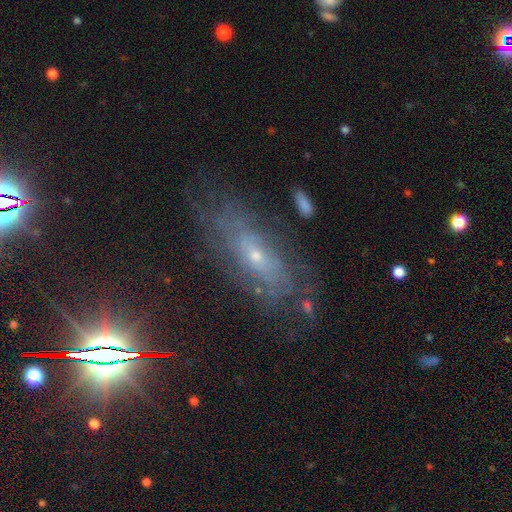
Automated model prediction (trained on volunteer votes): A featured or disk galaxy (64%).

Vote fractions:
- Smooth or featured? featured or disk: 64% / star or artifact: 21% / smooth: 15%
- Edge-on disk? no: 77% / yes: 23%
- Merging? none: 73% / minor disturbance: 17% / major disturbance: 8% / merger: 2%